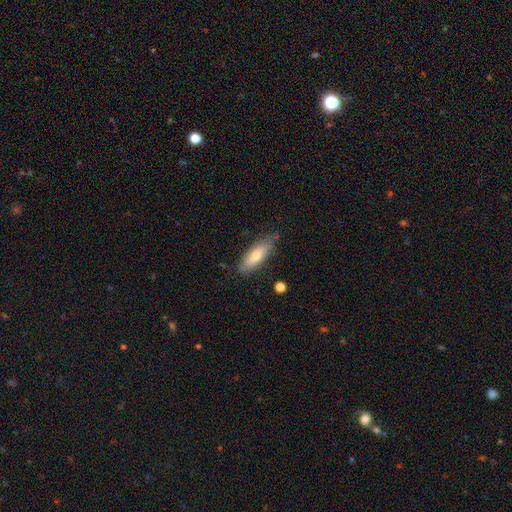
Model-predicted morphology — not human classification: This is likely a smooth galaxy (66%). How rounded: possibly in between (57%). Merging: likely none (73%).